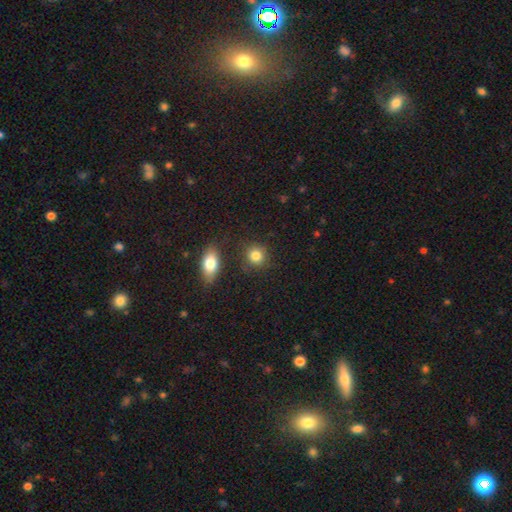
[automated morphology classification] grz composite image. It shows a smooth galaxy with no disk features (84%) that is round (82%). Merging: none (82%).